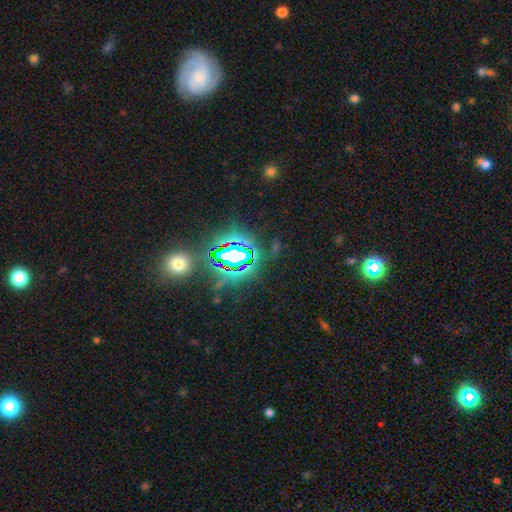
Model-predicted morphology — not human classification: Smooth or featured?
  - star or artifact: 79% *
  - smooth: 12%
  - featured or disk: 8%